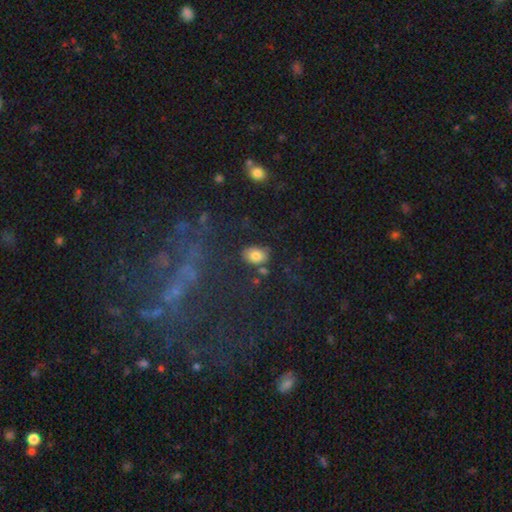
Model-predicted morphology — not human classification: Smooth or featured? Predicted: smooth (p=0.79). How rounded? Predicted: in between (p=0.77). Merging? Predicted: none (p=0.76).